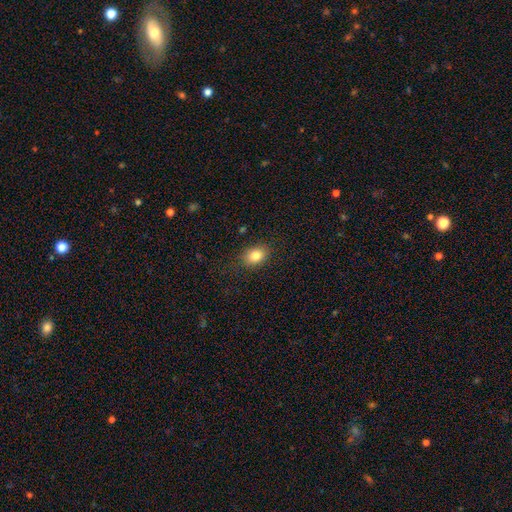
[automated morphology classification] type=smooth (84%); roundness=in between (73%); merging=none (85%).